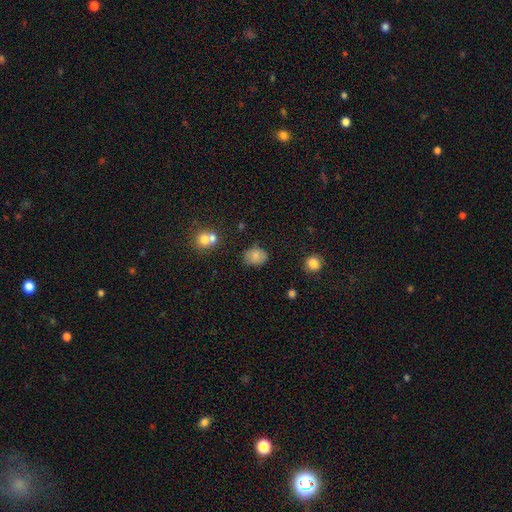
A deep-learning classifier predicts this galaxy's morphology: Smooth or featured: smooth — 81% (star or artifact — 11%)
How rounded: in between — 53% (round — 46%)
Merging: none — 72% (minor disturbance — 19%)